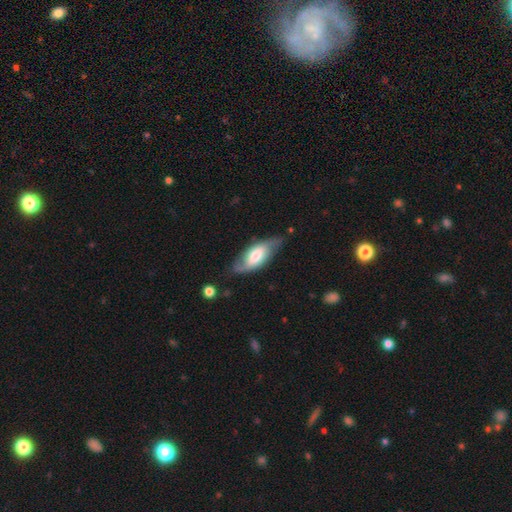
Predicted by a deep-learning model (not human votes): Q: Smooth or featured?
A: featured or disk (47%); tied with: smooth (47%)
Q: Merging?
A: none (61%); runner-up: minor disturbance (28%)